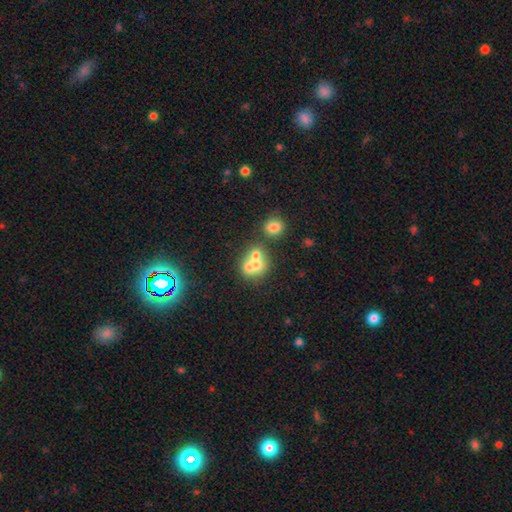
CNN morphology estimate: The model was most divided on "merging": merger: 62%, none: 27%, minor disturbance: 7%, major disturbance: 4%. More confident: how rounded — round (68%); smooth or featured — smooth (63%).